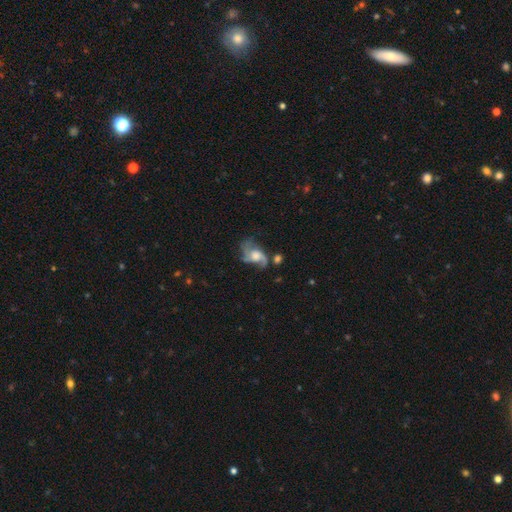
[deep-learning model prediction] Morphology: type=featured or disk (74%); edge-on=no (96%); bar=no (66%); spiral arms=yes (89%); winding=loose (55%); arm count=2 (56%); bulge=moderate (39%); merging=none (46%).